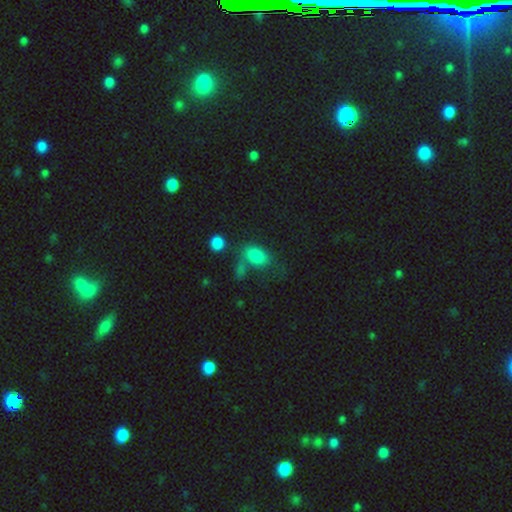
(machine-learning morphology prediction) Smooth or featured?
  - smooth: 80% *
  - star or artifact: 11%
  - featured or disk: 9%
How rounded?
  - in between: 86% *
  - round: 11%
  - cigar-shaped: 3%
Merging?
  - none: 47% *
  - merger: 21%
  - minor disturbance: 19%
  - major disturbance: 14%